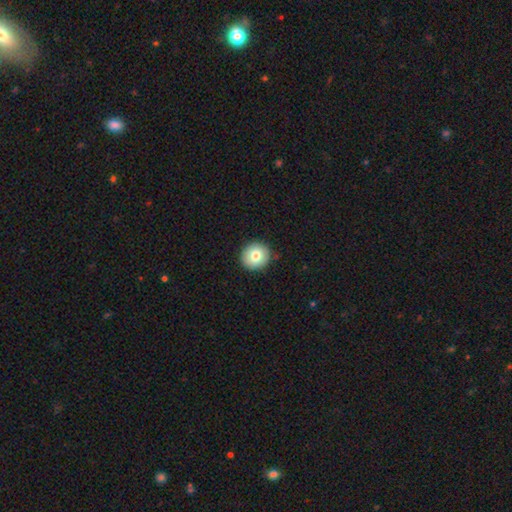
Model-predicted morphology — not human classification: Smooth or featured: smooth — 79% (featured or disk — 12%)
How rounded: round — 91% (in between — 8%)
Merging: none — 90% (minor disturbance — 7%)